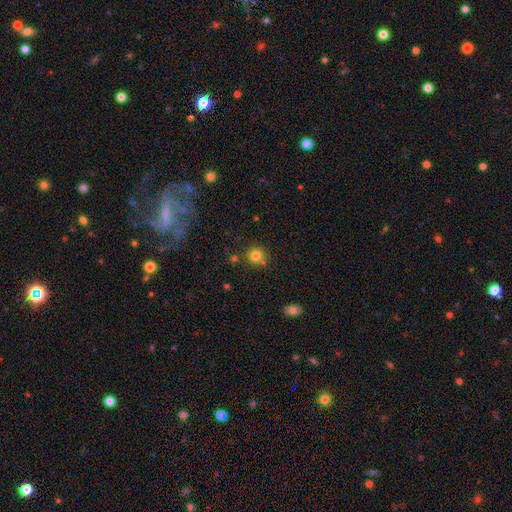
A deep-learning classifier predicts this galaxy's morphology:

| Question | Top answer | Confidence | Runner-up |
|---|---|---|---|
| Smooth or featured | smooth | 80% | star or artifact (14%) |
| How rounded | round | 91% | in between (8%) |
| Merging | none | 77% | merger (11%) |